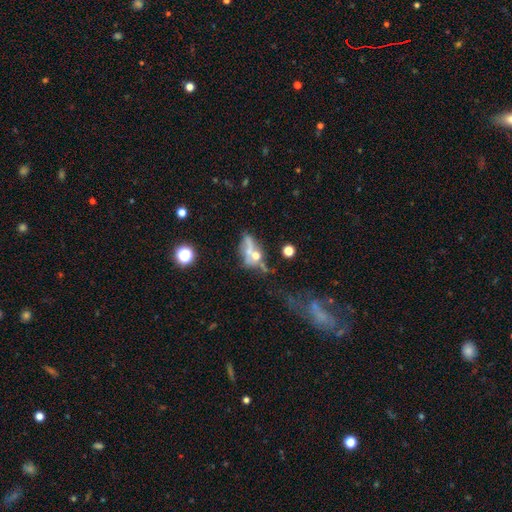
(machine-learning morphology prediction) Smooth or featured? featured or disk (44%)
Merging? merger (36%)